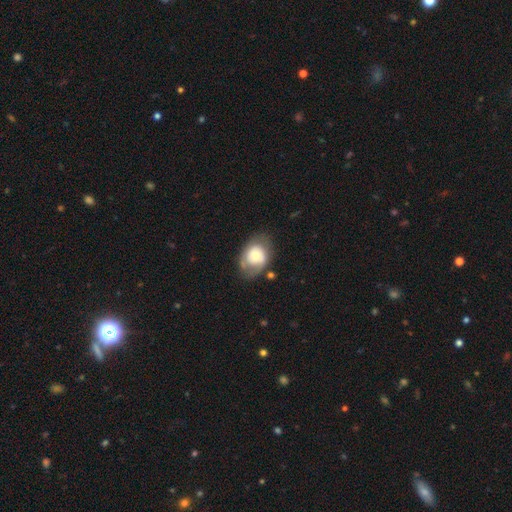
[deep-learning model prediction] smooth-or-featured: smooth: 57% | featured or disk: 36% | star or artifact: 8%
  how-rounded: in between: 61% | round: 38% | cigar-shaped: 1%
  merging: none: 57% | minor disturbance: 25% | major disturbance: 13% | merger: 5%